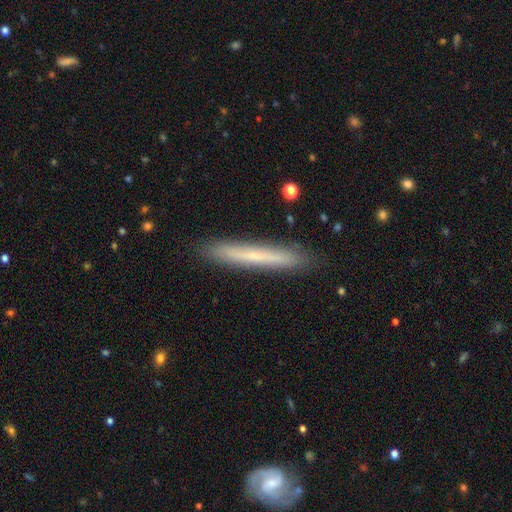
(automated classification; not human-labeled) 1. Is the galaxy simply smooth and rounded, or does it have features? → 57% smooth, 36% featured or disk, 6% star or artifact.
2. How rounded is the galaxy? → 97% cigar-shaped, 2% in between, 1% round.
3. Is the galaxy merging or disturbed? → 89% none, 8% minor disturbance, 1% major disturbance, 1% merger.